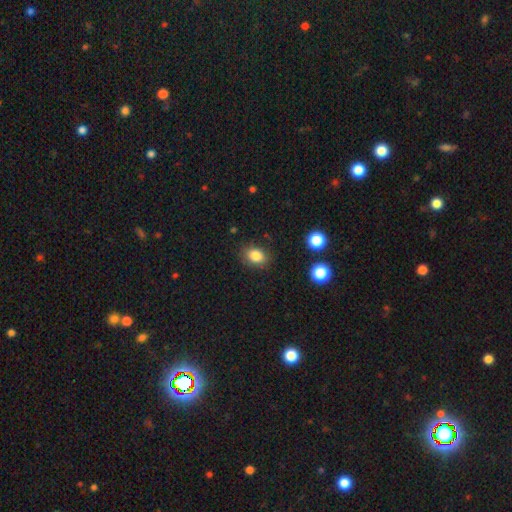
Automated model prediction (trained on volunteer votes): Smooth or featured? smooth (84%)
How rounded? in between (67%)
Merging? none (83%)